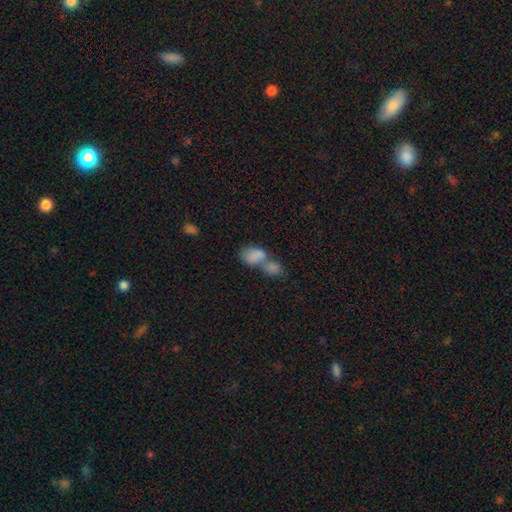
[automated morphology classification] smooth_or_featured: smooth (p=0.79) [alt: featured or disk p=0.13]
how_rounded: in between (p=0.83) [alt: round p=0.14]
merging: merger (p=0.77) [alt: none p=0.13]